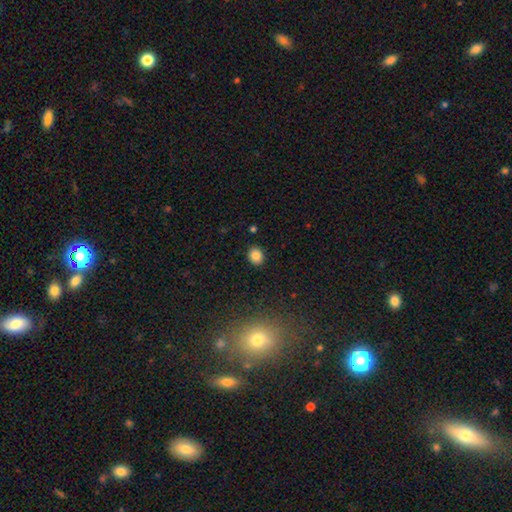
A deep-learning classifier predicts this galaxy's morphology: This appears to be a smooth galaxy with no disk features (84%) that is round (57%). Merging: none (89%).